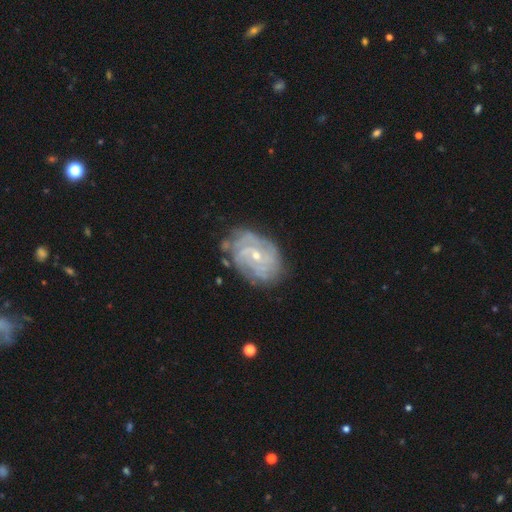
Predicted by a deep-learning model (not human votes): Q: Smooth or featured?
A: featured or disk (85%); runner-up: smooth (8%)
Q: Edge-on disk?
A: no (97%); runner-up: yes (3%)
Q: Bar?
A: no (51%); runner-up: weak (40%)
Q: Spiral arms?
A: yes (95%); runner-up: no (5%)
Q: Spiral winding?
A: tight (66%); runner-up: medium (27%)
Q: Spiral arm count?
A: can't tell (34%); runner-up: 2 (20%)
Q: Bulge size?
A: small (66%); runner-up: moderate (31%)
Q: Merging?
A: none (72%); runner-up: minor disturbance (19%)